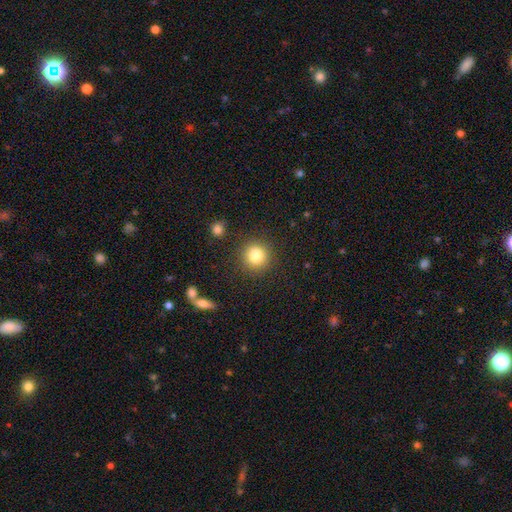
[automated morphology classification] This appears to be a smooth galaxy with no disk features (83%) that is round (92%). Merging: none (88%).